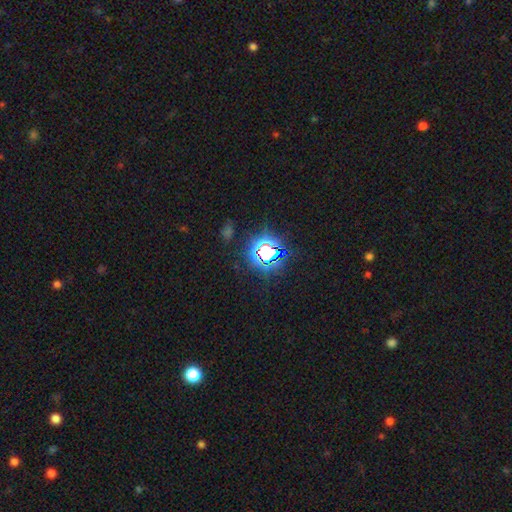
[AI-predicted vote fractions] Smooth or featured? star or artifact (78%)